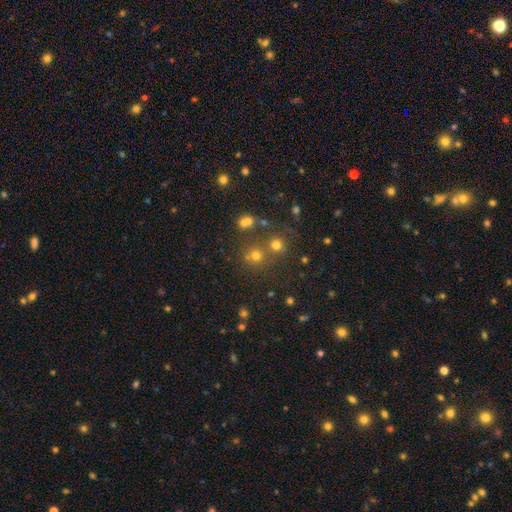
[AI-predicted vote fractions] smooth 68%, star or artifact 23%, featured or disk 8%. Down the decision tree: how rounded — round (91%); merging — none (68%).